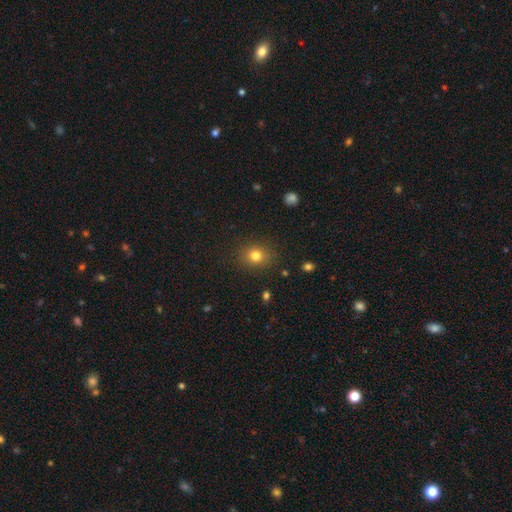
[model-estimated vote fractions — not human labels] smooth_or_featured: smooth (p=0.80) [alt: star or artifact p=0.13]
how_rounded: round (p=0.73) [alt: in between p=0.26]
merging: none (p=0.87) [alt: minor disturbance p=0.09]